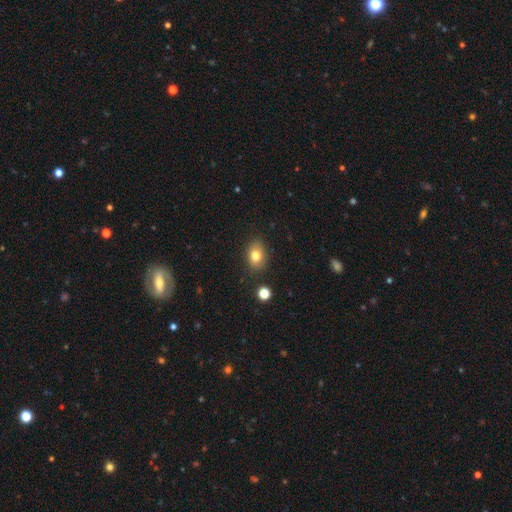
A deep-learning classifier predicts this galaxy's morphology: A smooth galaxy with no disk features (79%) that is in between round and cigar-shaped (68%). Merging: none (84%).